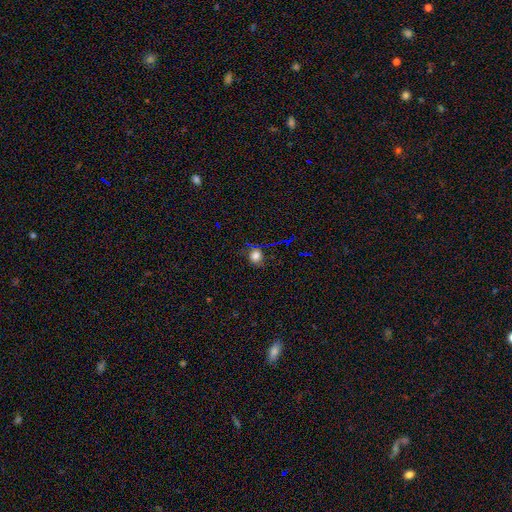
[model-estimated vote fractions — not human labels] Smooth or featured? smooth (71%)
How rounded? round (80%)
Merging? none (75%)